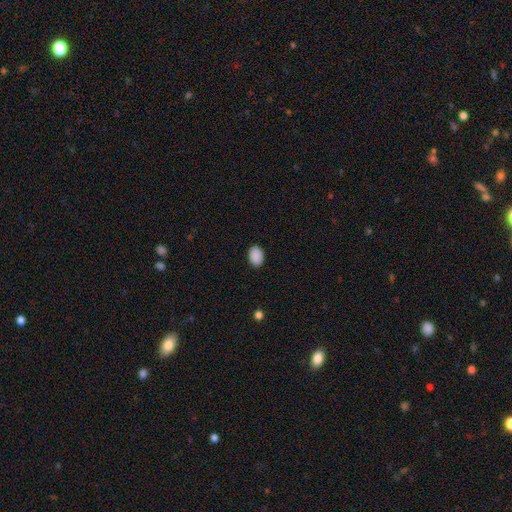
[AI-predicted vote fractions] This is clearly a smooth galaxy (90%). How rounded: likely in between (80%). Merging: clearly none (89%).